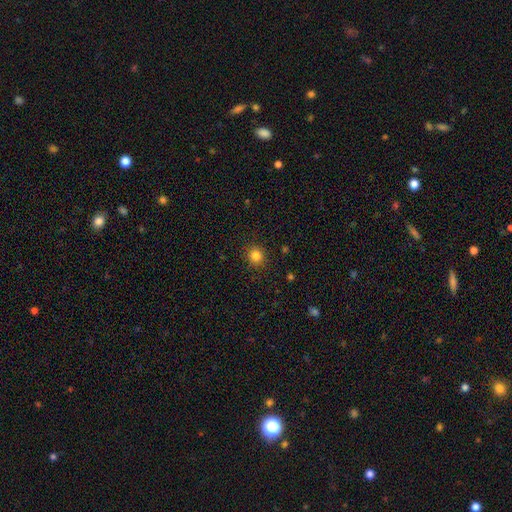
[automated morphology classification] Overall: smooth (82%). How rounded: round (90%). Merging: none (90%).